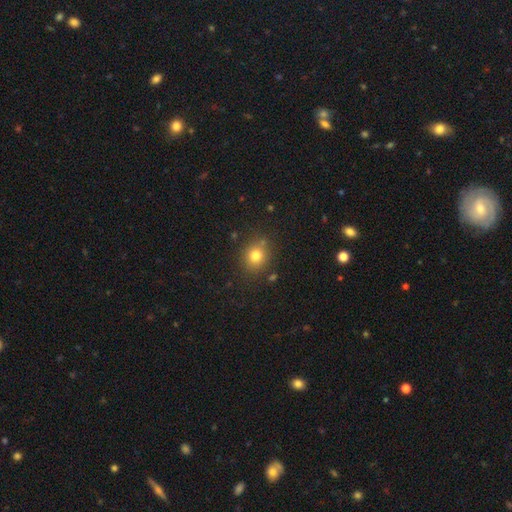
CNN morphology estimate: Q: Smooth or featured?
A: smooth (77%); runner-up: star or artifact (14%)
Q: How rounded?
A: round (76%); runner-up: in between (23%)
Q: Merging?
A: none (82%); runner-up: minor disturbance (10%)